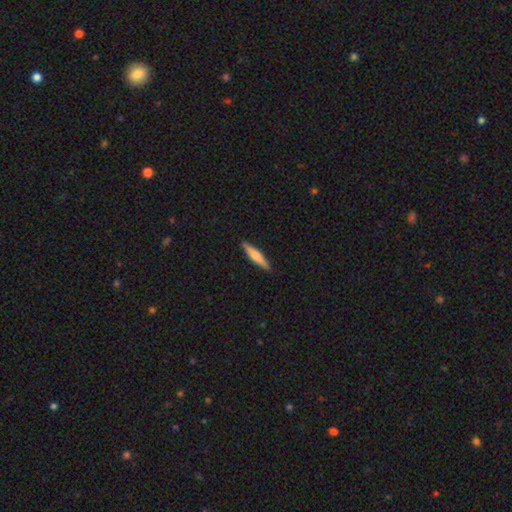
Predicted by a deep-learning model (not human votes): Smooth or featured?
  - smooth: 58% *
  - featured or disk: 37%
  - star or artifact: 5%
How rounded?
  - cigar-shaped: 89% *
  - in between: 10%
  - round: 2%
Merging?
  - none: 91% *
  - minor disturbance: 6%
  - major disturbance: 1%
  - merger: 1%